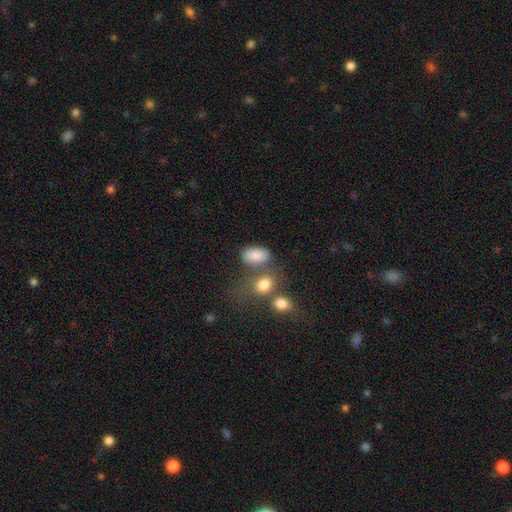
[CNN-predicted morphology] A smooth galaxy with no disk features (83%) that is in between round and cigar-shaped (87%). Merging: none (51%).